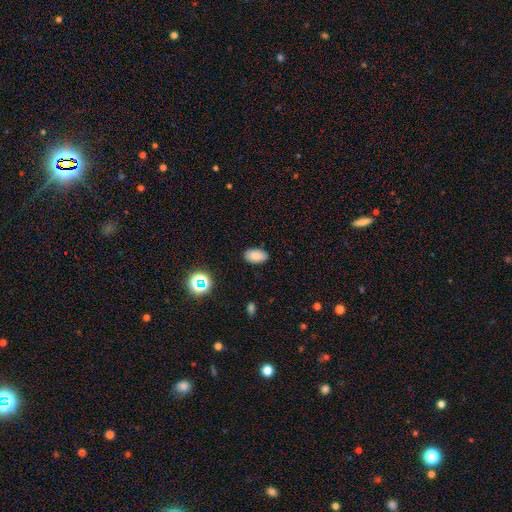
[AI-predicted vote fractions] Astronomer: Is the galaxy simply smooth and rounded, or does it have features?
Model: smooth — 83%.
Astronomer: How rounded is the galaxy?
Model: in between — 93%.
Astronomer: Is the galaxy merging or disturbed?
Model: none — 86%.